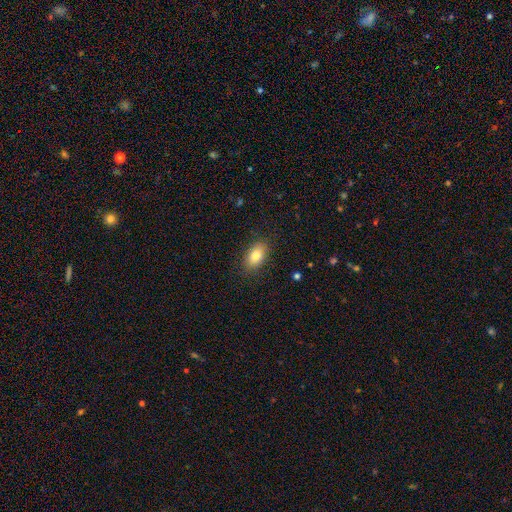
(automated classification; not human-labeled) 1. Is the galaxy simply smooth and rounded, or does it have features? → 81% smooth, 11% featured or disk, 8% star or artifact.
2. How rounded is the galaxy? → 89% in between, 8% round, 3% cigar-shaped.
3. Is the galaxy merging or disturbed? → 87% none, 10% minor disturbance, 3% major disturbance, 1% merger.